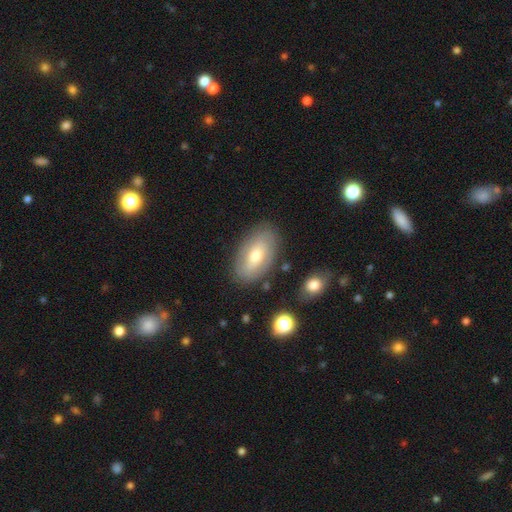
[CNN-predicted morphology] The model was most divided on "smooth or featured": smooth: 55%, featured or disk: 37%, star or artifact: 7%. More confident: how rounded — in between (92%); merging — none (81%).